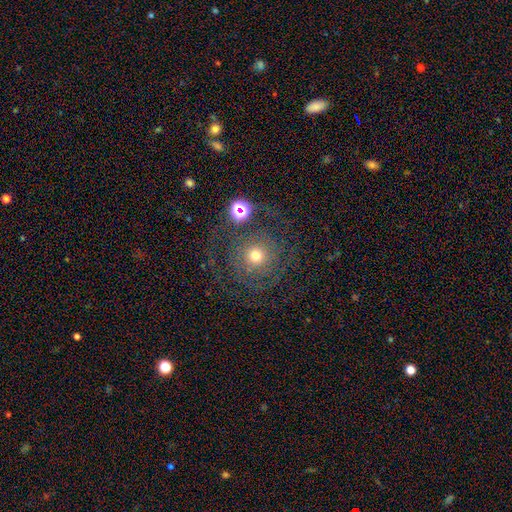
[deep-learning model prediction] smooth-or-featured: smooth: 44% | featured or disk: 34% | star or artifact: 21%
  merging: none: 72% | major disturbance: 13% | minor disturbance: 12% | merger: 4%